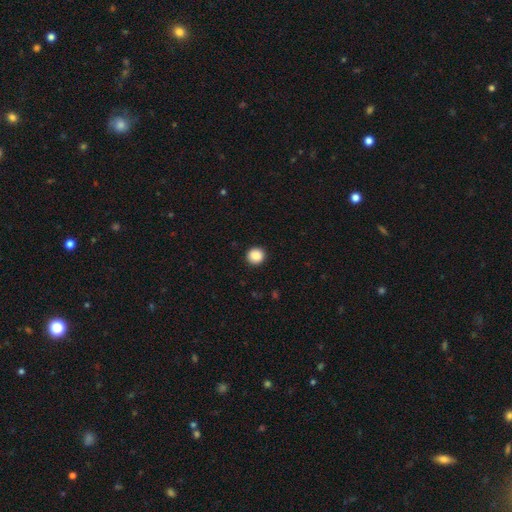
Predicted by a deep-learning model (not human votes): Smooth or featured?
  - smooth: 88% *
  - star or artifact: 9%
  - featured or disk: 2%
How rounded?
  - round: 95% *
  - in between: 4%
  - cigar-shaped: 1%
Merging?
  - none: 93% *
  - minor disturbance: 4%
  - major disturbance: 2%
  - merger: 1%